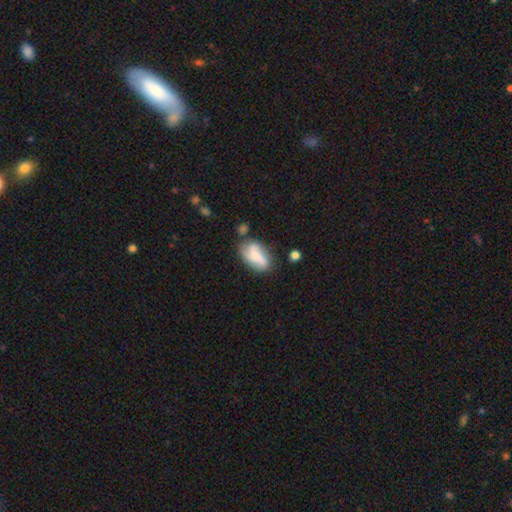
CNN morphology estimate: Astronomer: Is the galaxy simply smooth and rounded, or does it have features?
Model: smooth — 57% (runner-up: featured or disk, 35%).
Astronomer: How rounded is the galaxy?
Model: in between — 89%.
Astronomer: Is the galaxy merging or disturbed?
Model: none — 48% (runner-up: minor disturbance, 26%).